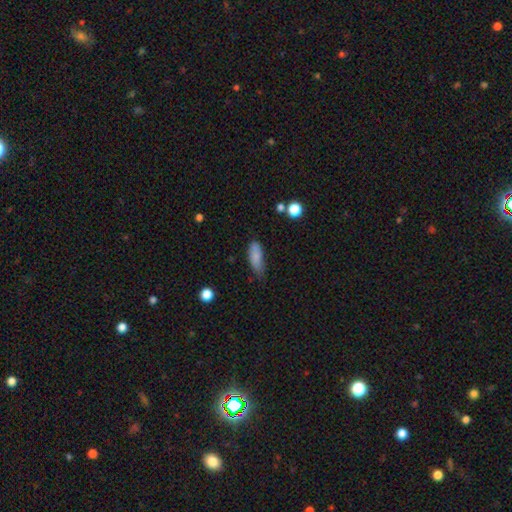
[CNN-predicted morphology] The model was most divided on "merging": none: 56%, minor disturbance: 34%, major disturbance: 7%, merger: 3%. More confident: smooth or featured — smooth (83%); how rounded — in between (71%).